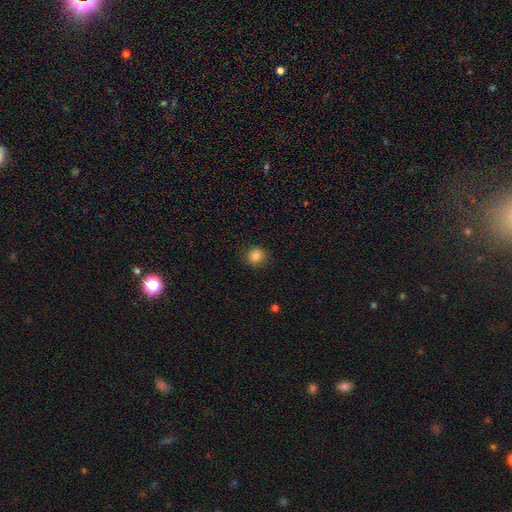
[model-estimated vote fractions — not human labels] Overall: smooth (84%). How rounded: round (87%). Merging: none (88%).